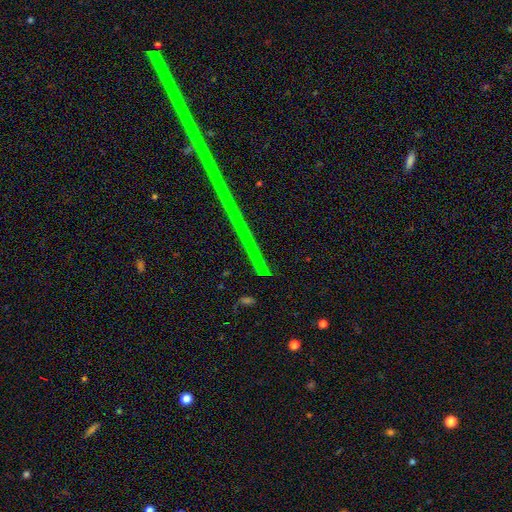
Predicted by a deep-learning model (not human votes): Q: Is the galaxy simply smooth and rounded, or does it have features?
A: star or artifact — 81%.